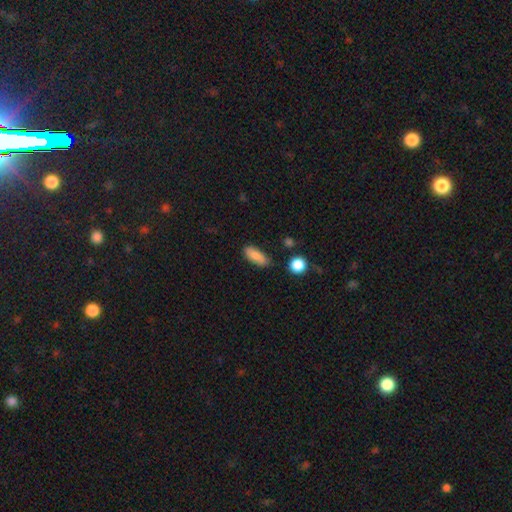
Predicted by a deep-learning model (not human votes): smooth-or-featured: smooth: 85% | featured or disk: 8% | star or artifact: 8%
  how-rounded: in between: 76% | cigar-shaped: 21% | round: 3%
  merging: none: 79% | minor disturbance: 15% | major disturbance: 3% | merger: 3%